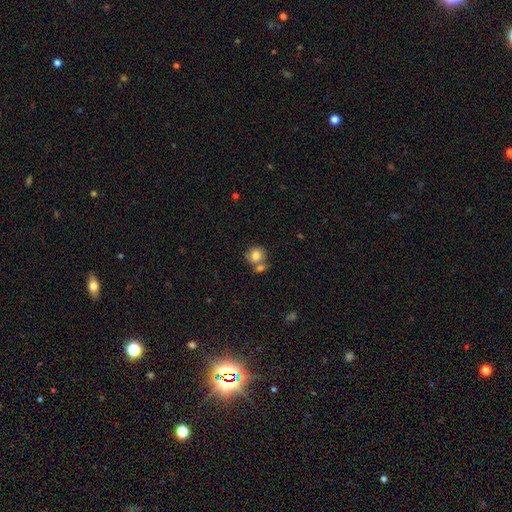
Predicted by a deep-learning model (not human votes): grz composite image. It shows a smooth galaxy with no disk features (80%) that is round (82%). Merging: none (49%).